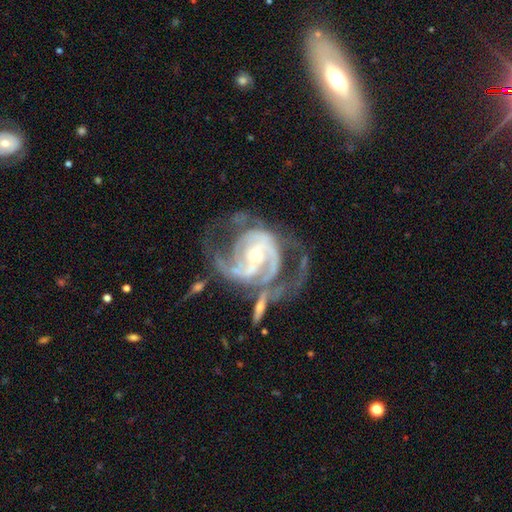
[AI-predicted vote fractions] Morphology: type=featured or disk (91%); edge-on=no (98%); bar=no (37%, tied with weak); spiral arms=yes (97%); winding=tight (45%); arm count=2 (40%); bulge=small (59%); merging=none (37%).